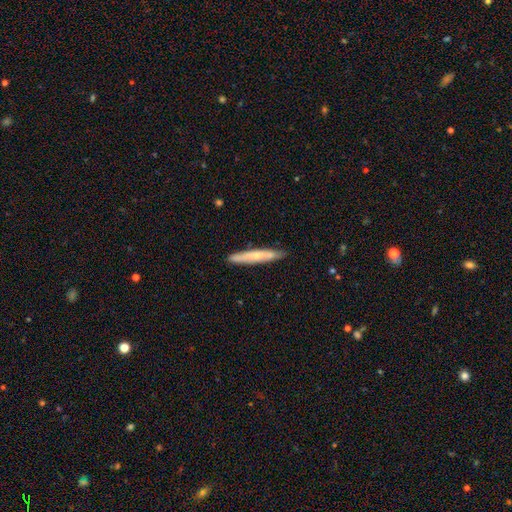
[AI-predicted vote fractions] smooth-or-featured: smooth: 57% | featured or disk: 37% | star or artifact: 6%
  how-rounded: cigar-shaped: 94% | in between: 5% | round: 1%
  merging: none: 87% | minor disturbance: 10% | major disturbance: 2% | merger: 1%